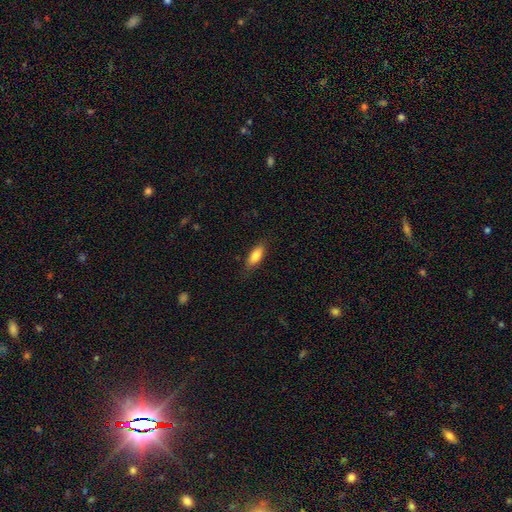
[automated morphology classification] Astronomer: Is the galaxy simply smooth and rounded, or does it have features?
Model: smooth — 82%.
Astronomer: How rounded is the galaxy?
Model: in between — 75%.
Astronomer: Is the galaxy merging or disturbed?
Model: none — 82%.